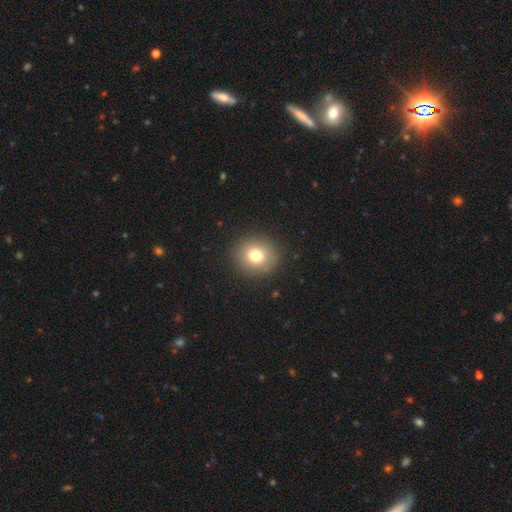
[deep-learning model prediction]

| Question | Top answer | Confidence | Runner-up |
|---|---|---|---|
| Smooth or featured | smooth | 77% | star or artifact (12%) |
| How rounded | round | 85% | in between (14%) |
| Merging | none | 90% | minor disturbance (6%) |